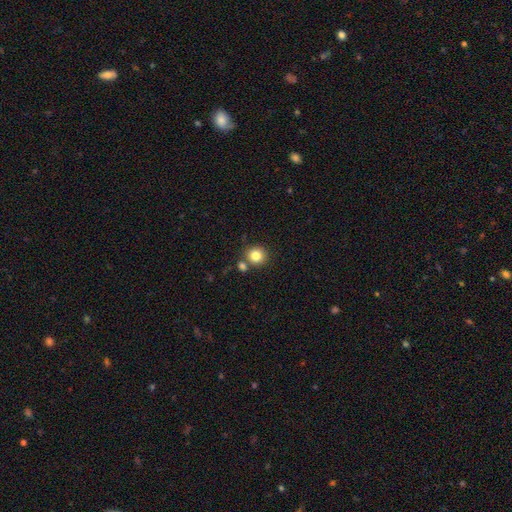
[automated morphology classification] Smooth or featured? smooth (82%)
How rounded? round (90%)
Merging? none (73%)